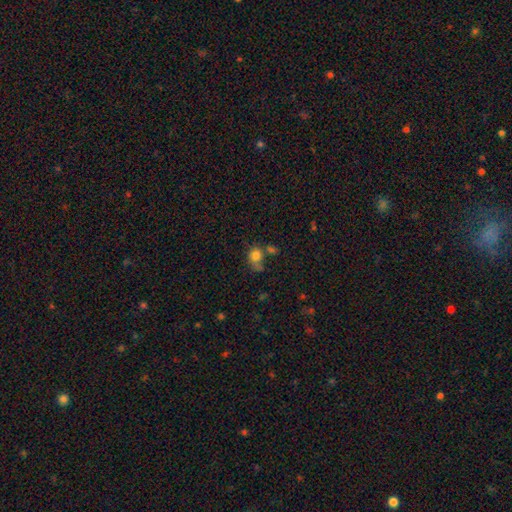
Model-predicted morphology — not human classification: Q: Smooth or featured?
A: smooth (78%); runner-up: star or artifact (11%)
Q: How rounded?
A: round (59%); runner-up: in between (40%)
Q: Merging?
A: none (39%); runner-up: merger (24%)